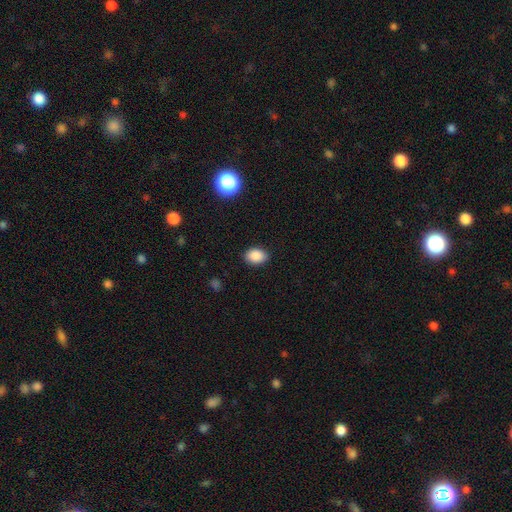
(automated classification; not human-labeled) smooth-or-featured: smooth: 88% | star or artifact: 9% | featured or disk: 3%
  how-rounded: in between: 74% | round: 25% | cigar-shaped: 1%
  merging: none: 87% | minor disturbance: 9% | major disturbance: 2% | merger: 1%